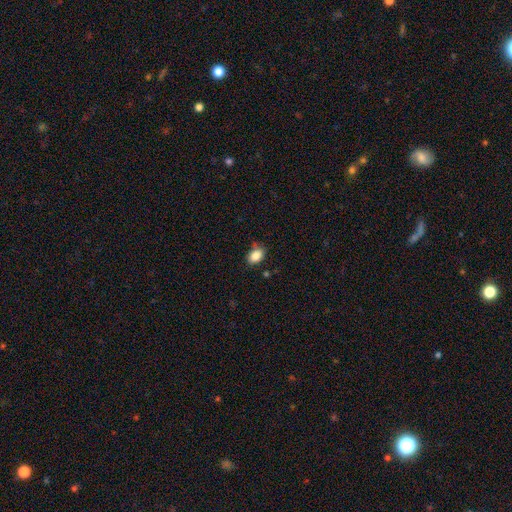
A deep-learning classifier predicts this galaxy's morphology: type=smooth (86%); roundness=in between (83%); merging=none (73%).